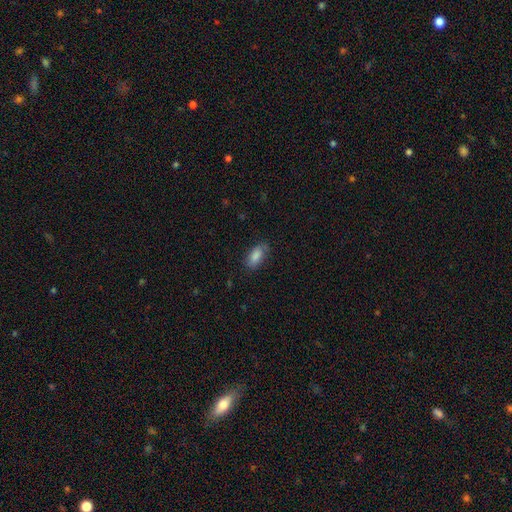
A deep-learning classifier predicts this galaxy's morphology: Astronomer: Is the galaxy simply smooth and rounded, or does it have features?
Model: smooth — 85%.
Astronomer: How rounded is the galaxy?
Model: in between — 87%.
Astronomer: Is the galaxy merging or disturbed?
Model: none — 77%.